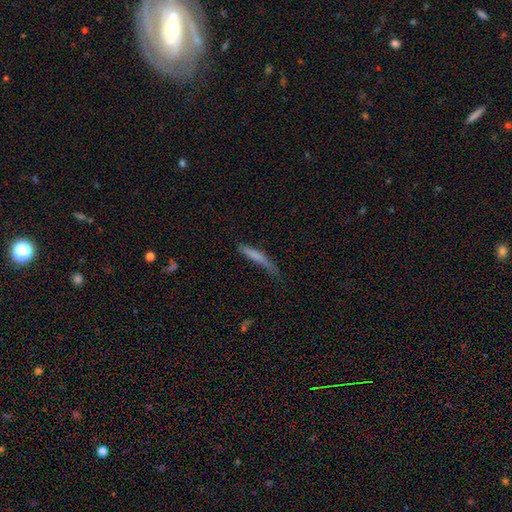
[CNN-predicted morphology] Q: Smooth or featured?
A: smooth (72%); runner-up: featured or disk (21%)
Q: How rounded?
A: cigar-shaped (92%); runner-up: in between (6%)
Q: Merging?
A: none (49%); runner-up: minor disturbance (32%)